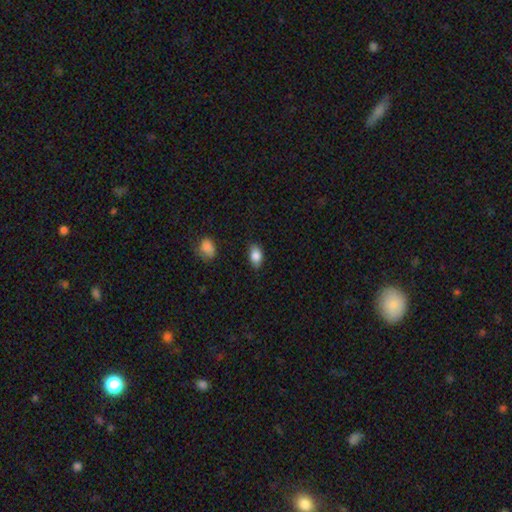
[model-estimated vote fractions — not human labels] A smooth galaxy with no disk features (86%) that is in between round and cigar-shaped (87%). Merging: none (78%).